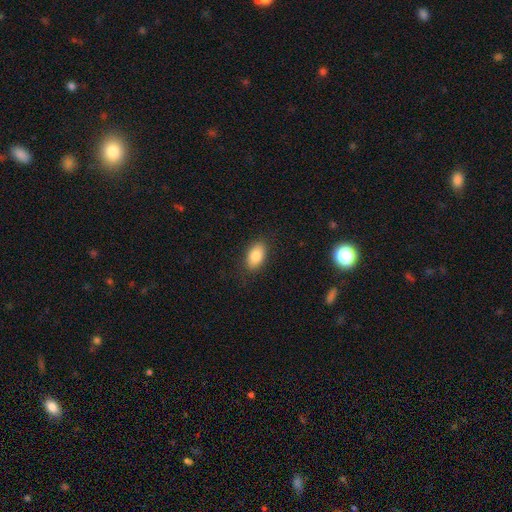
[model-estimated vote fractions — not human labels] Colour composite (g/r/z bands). It shows a smooth galaxy with no disk features (83%) that is in between round and cigar-shaped (91%). Merging: none (86%).